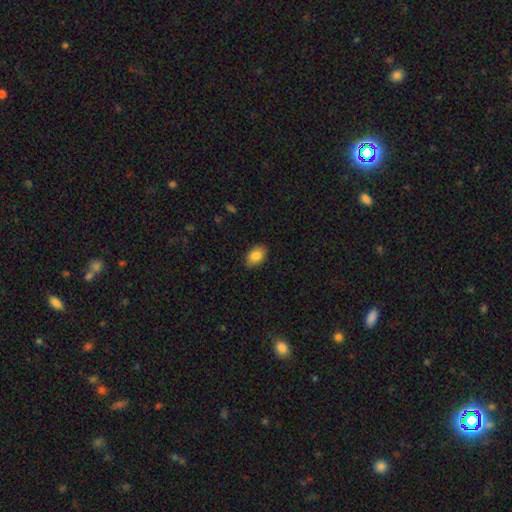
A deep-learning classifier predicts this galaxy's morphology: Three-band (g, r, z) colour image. It shows a smooth galaxy with no disk features (86%) that is in between round and cigar-shaped (88%). Merging: none (87%).